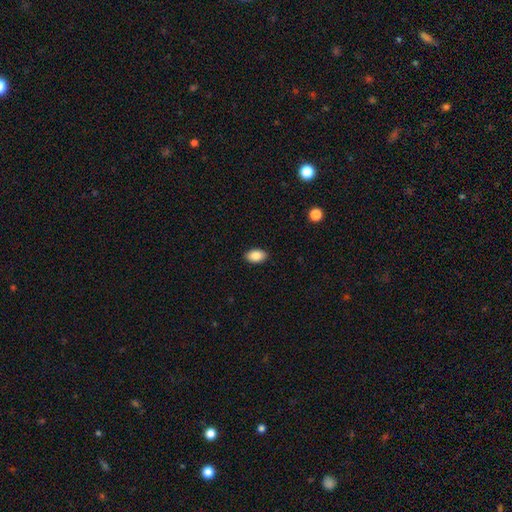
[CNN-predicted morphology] Smooth or featured: smooth — 87% (star or artifact — 8%)
How rounded: in between — 91% (round — 7%)
Merging: none — 90% (minor disturbance — 8%)